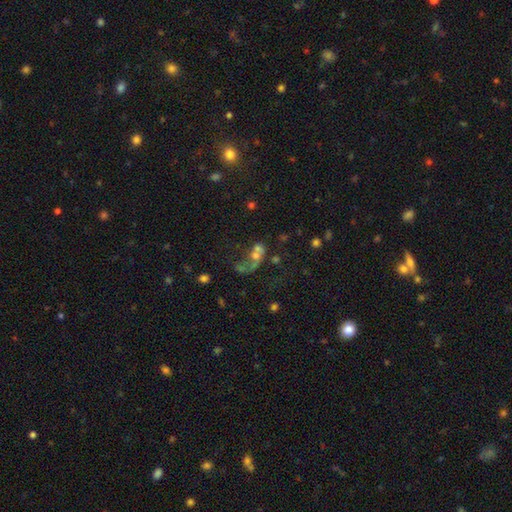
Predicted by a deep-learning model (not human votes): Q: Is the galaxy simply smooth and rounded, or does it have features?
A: featured or disk — 40%.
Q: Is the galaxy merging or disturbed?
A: merger — 41%.